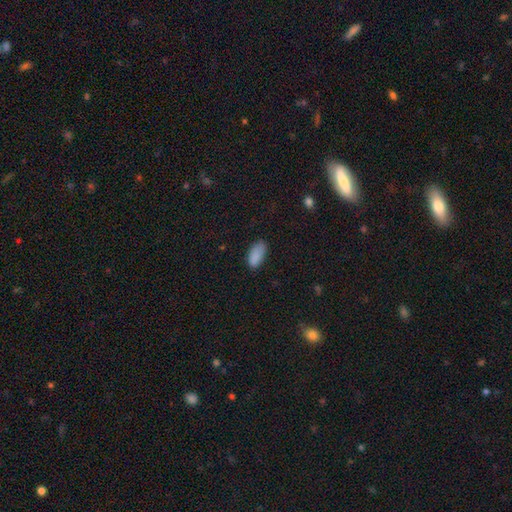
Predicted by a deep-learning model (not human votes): The model was most divided on "merging": none: 71%, minor disturbance: 22%, major disturbance: 5%, merger: 1%. More confident: how rounded — in between (91%); smooth or featured — smooth (88%).